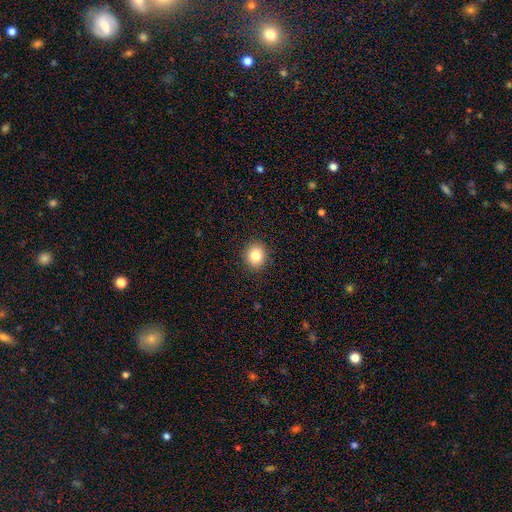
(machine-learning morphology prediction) This appears to be a smooth galaxy with no disk features (84%) that is round (80%). Merging: none (90%).